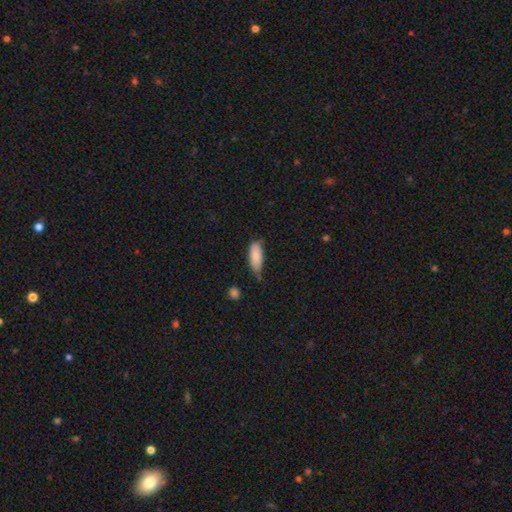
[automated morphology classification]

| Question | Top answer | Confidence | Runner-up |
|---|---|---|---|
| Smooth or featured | smooth | 85% | featured or disk (9%) |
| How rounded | in between | 73% | cigar-shaped (25%) |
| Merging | none | 49% | minor disturbance (40%) |